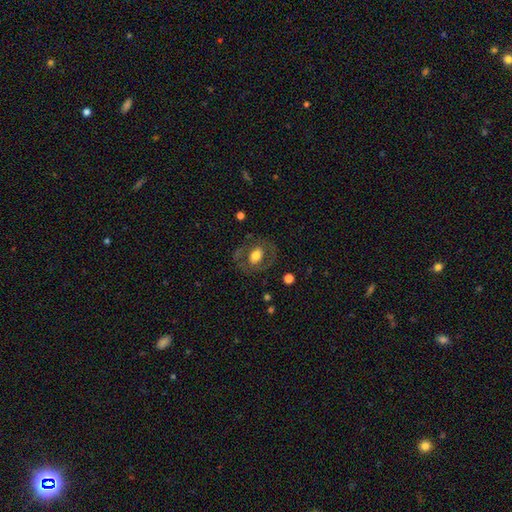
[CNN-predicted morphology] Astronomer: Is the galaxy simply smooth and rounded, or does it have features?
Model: smooth — 49% (runner-up: featured or disk, 43%).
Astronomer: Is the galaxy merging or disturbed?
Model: none — 73%.